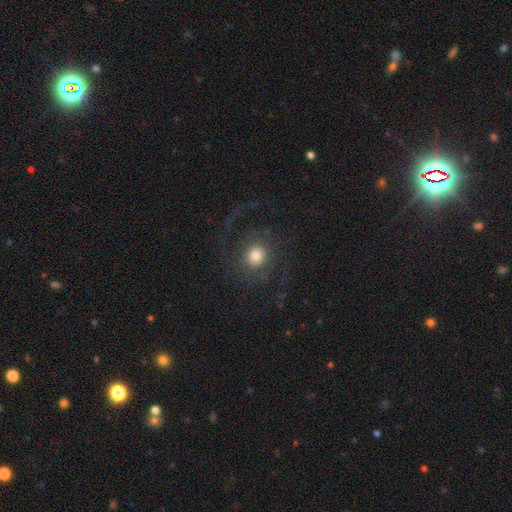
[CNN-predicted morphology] smooth-or-featured: featured or disk: 44% (tied) | smooth: 44% (tied) | star or artifact: 11%
  merging: none: 67% | major disturbance: 19% | minor disturbance: 12% | merger: 2%